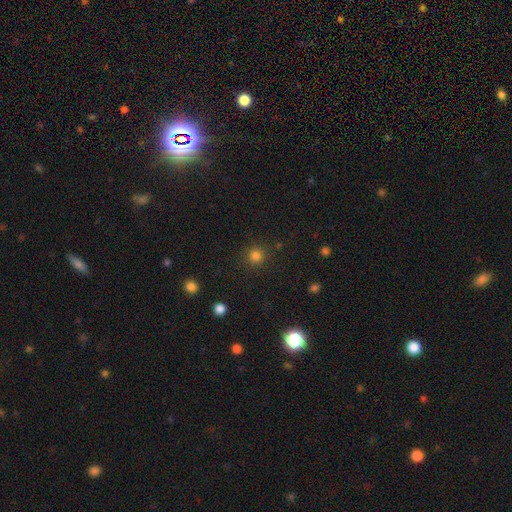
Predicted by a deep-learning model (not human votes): smooth_or_featured: smooth (p=0.80) [alt: star or artifact p=0.16]
how_rounded: round (p=0.93) [alt: in between p=0.06]
merging: none (p=0.89) [alt: minor disturbance p=0.07]